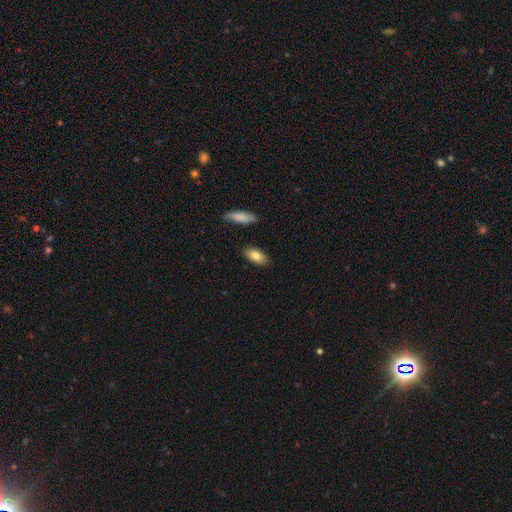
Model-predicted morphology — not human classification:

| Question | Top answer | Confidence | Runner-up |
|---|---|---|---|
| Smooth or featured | smooth | 82% | featured or disk (11%) |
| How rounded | in between | 90% | cigar-shaped (7%) |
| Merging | none | 86% | minor disturbance (10%) |